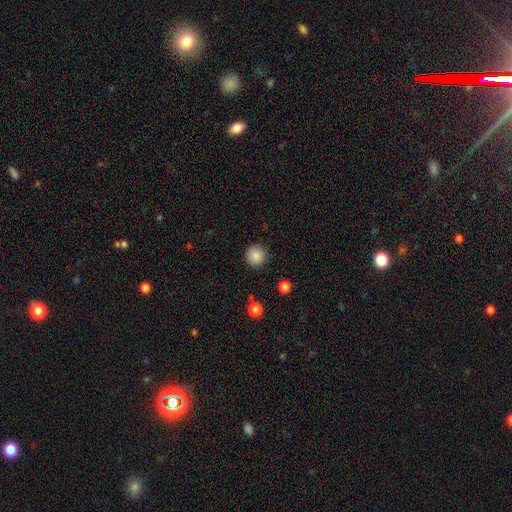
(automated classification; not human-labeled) smooth_or_featured: smooth (p=0.86) [alt: star or artifact p=0.09]
how_rounded: round (p=0.95) [alt: in between p=0.04]
merging: none (p=0.91) [alt: minor disturbance p=0.06]